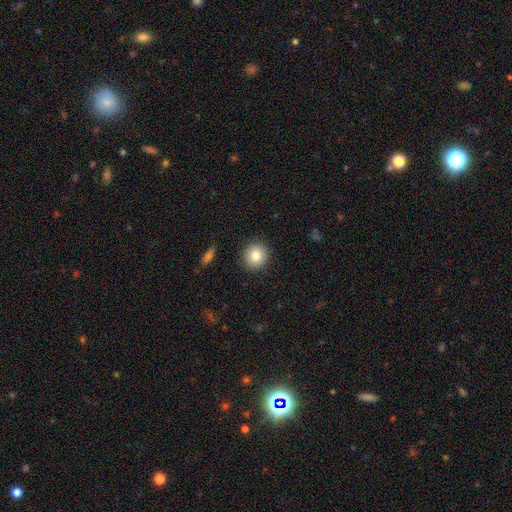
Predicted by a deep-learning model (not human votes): Morphology: type=smooth (82%); roundness=round (92%); merging=none (91%).